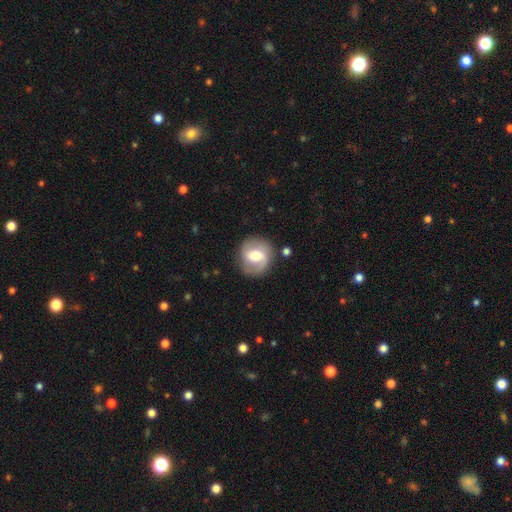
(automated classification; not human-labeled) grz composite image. It shows a featured or disk galaxy (66%) with a weak bar (49%), 2 (83%) medium (46%) spiral arms (84%) and a moderate central bulge (69%). Merging: none (81%).